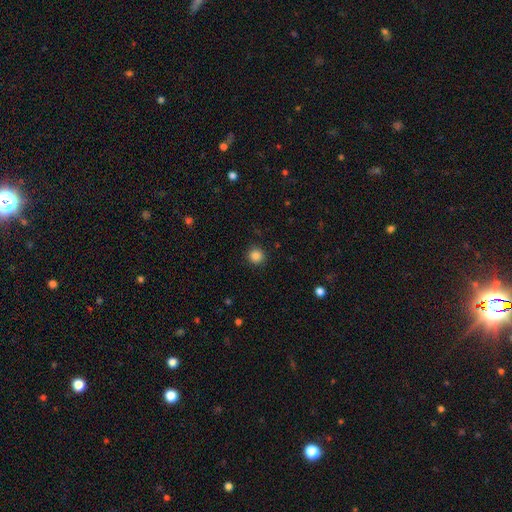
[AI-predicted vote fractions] A smooth galaxy with no disk features (85%) that is round (93%).

Vote fractions:
- Smooth or featured? smooth: 85% / star or artifact: 11% / featured or disk: 3%
- How rounded? round: 93% / in between: 6% / cigar-shaped: 1%
- Merging? none: 91% / minor disturbance: 6% / major disturbance: 2% / merger: 1%